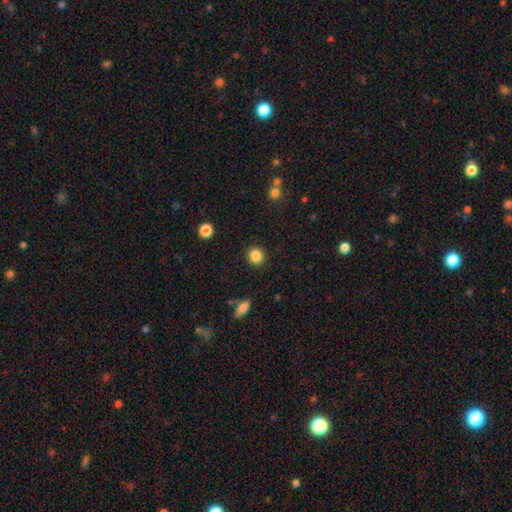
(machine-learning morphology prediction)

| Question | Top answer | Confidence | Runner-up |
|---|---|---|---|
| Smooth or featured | smooth | 86% | star or artifact (10%) |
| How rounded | round | 88% | in between (11%) |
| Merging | none | 91% | minor disturbance (6%) |